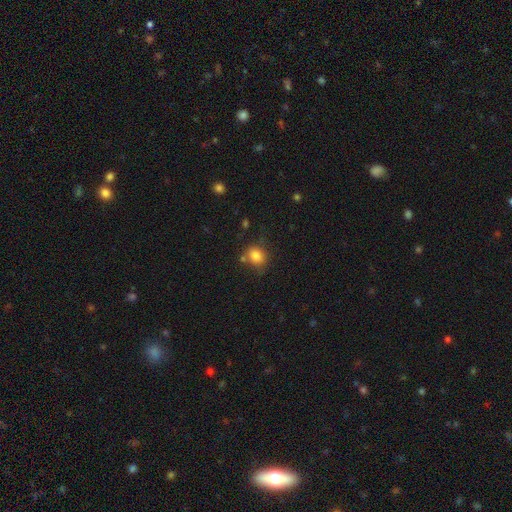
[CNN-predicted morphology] Q: Smooth or featured?
A: smooth (82%); runner-up: star or artifact (11%)
Q: How rounded?
A: round (60%); runner-up: in between (39%)
Q: Merging?
A: none (69%); runner-up: minor disturbance (17%)